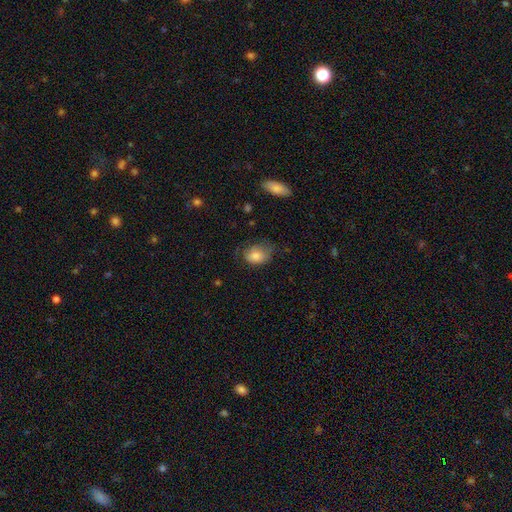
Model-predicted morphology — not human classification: smooth 80%, featured or disk 12%, star or artifact 8%. Down the decision tree: how rounded — in between (70%); merging — none (49%).